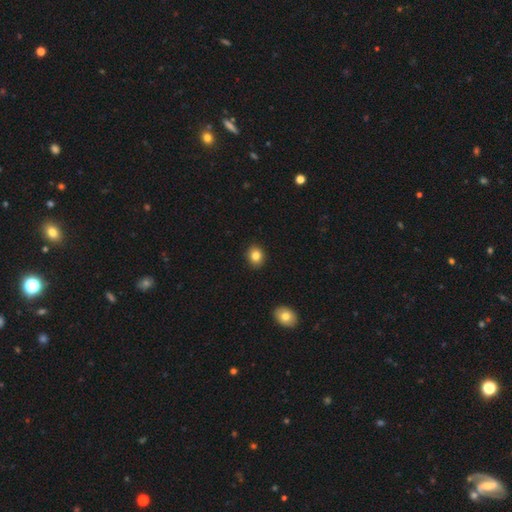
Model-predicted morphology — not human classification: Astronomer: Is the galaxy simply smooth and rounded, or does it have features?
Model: smooth — 83%.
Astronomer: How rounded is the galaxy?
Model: round — 66%.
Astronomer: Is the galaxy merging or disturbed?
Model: none — 91%.